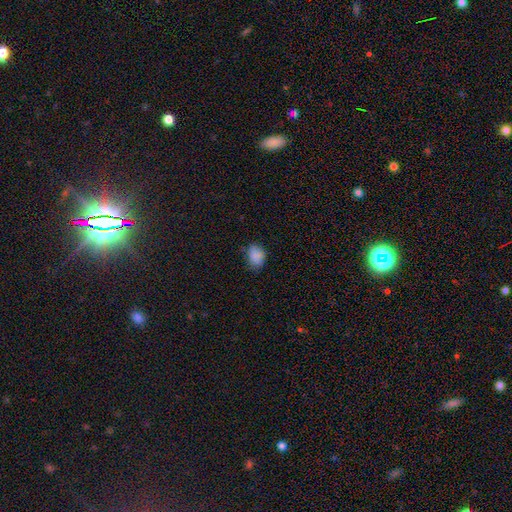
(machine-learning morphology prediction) A smooth galaxy with no disk features (86%) that is in between round and cigar-shaped (66%). Merging: none (66%).